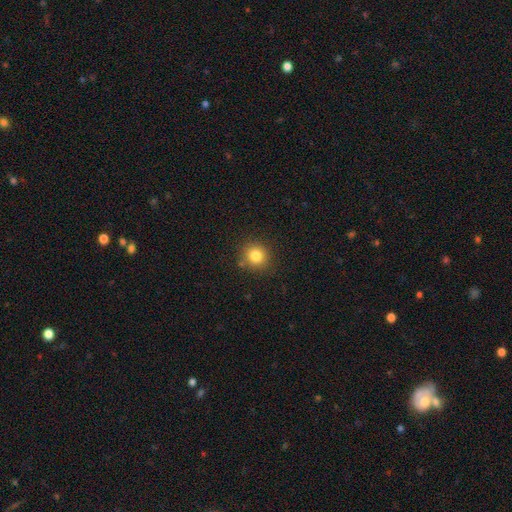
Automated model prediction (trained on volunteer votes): This is clearly a smooth galaxy (82%). How rounded: clearly round (90%). Merging: clearly none (85%).